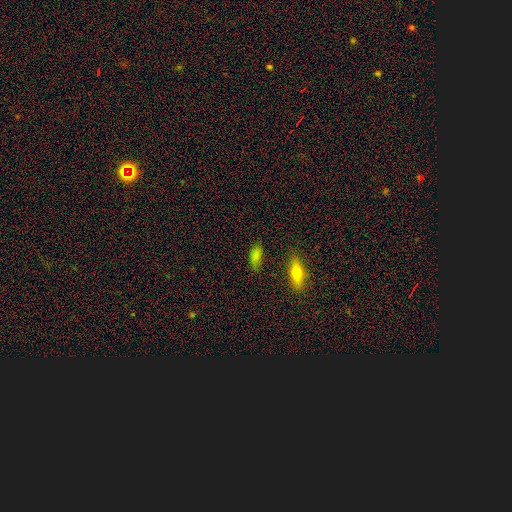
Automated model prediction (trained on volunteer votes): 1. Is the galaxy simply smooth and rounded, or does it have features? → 76% smooth, 15% star or artifact, 10% featured or disk.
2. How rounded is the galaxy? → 75% in between, 20% cigar-shaped, 5% round.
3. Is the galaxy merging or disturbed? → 75% none, 17% minor disturbance, 5% major disturbance, 3% merger.